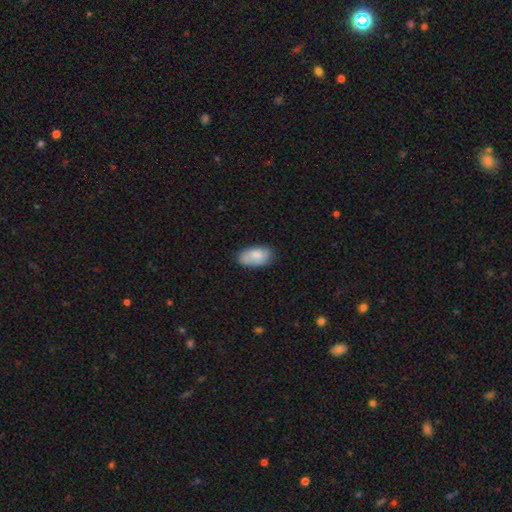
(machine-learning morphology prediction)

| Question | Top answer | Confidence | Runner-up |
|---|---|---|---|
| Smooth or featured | smooth | 81% | featured or disk (13%) |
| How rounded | in between | 94% | round (3%) |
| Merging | none | 74% | minor disturbance (21%) |